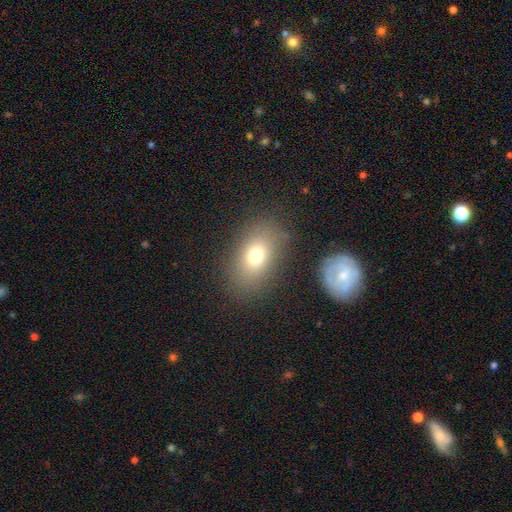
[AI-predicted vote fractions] This is likely a smooth galaxy (73%). How rounded: likely in between (79%). Merging: likely none (79%).